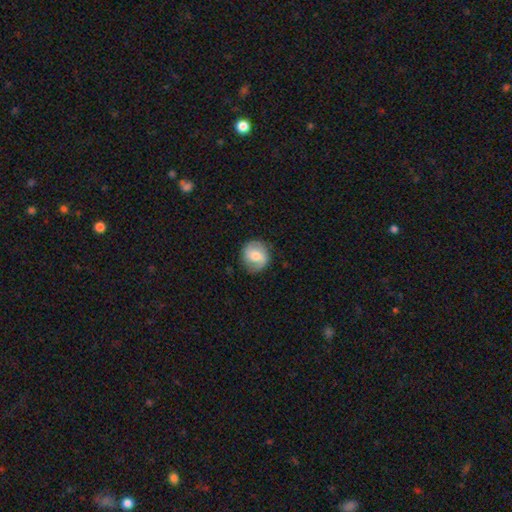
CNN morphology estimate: Smooth or featured? Predicted: featured or disk (p=0.53). Edge-on disk? Predicted: no (p=0.97). Bar? Predicted: weak (p=0.47). Spiral arms? Predicted: yes (p=0.84). Bulge size? Predicted: moderate (p=0.62). Merging? Predicted: none (p=0.81).